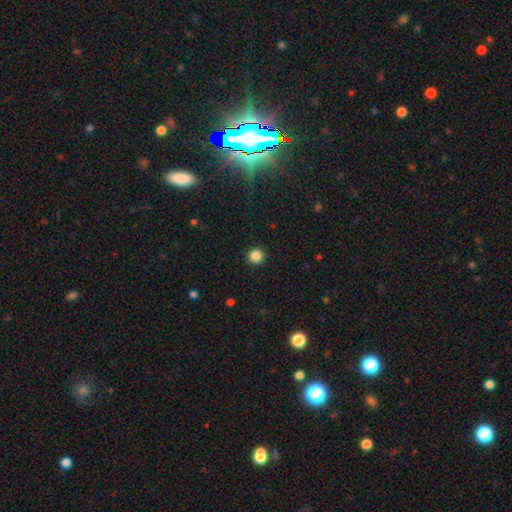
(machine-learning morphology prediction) The model was most divided on "smooth or featured": smooth: 86%, star or artifact: 11%, featured or disk: 3%. More confident: how rounded — round (95%); merging — none (93%).